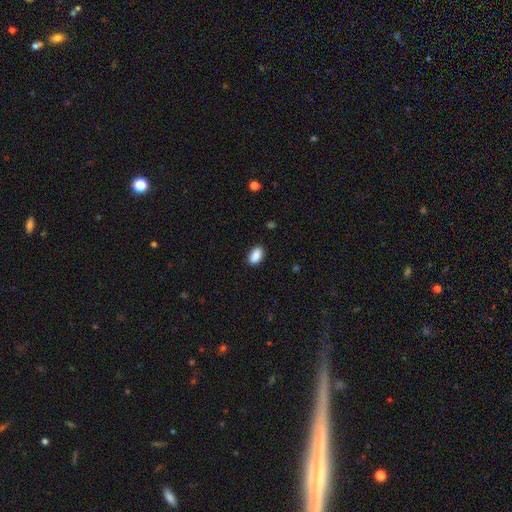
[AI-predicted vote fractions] smooth-or-featured: smooth: 89% | star or artifact: 7% | featured or disk: 4%
  how-rounded: in between: 92% | round: 5% | cigar-shaped: 3%
  merging: none: 87% | minor disturbance: 10% | major disturbance: 2% | merger: 1%